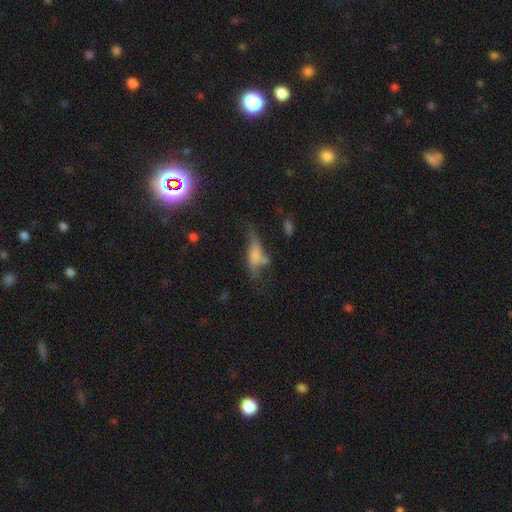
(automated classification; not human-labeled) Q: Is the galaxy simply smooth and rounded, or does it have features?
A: smooth — 50%.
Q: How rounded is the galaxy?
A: in between — 50%.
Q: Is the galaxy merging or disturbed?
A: none — 31%.